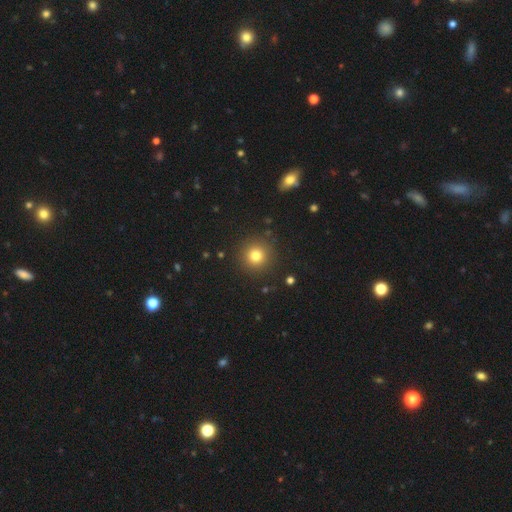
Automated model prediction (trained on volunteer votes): A smooth galaxy with no disk features (79%) that is round (95%). Merging: none (90%).